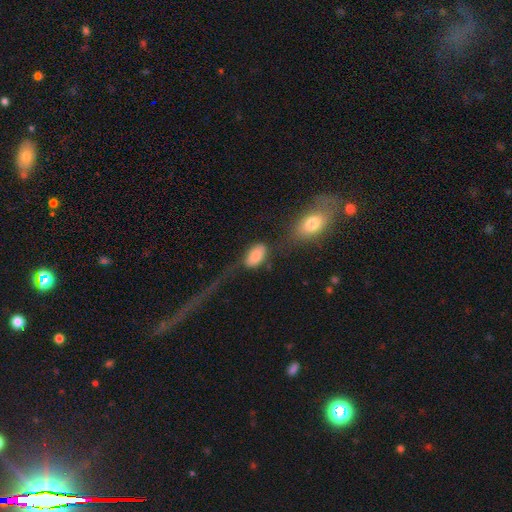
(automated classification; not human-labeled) smooth 82%, featured or disk 10%, star or artifact 8%. Down the decision tree: how rounded — in between (93%); merging — none (42%).